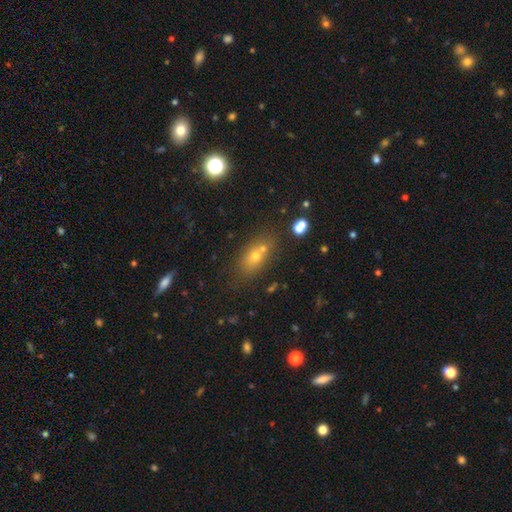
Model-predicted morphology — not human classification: This is likely a smooth galaxy (61%). How rounded: likely in between (65%). Merging: possibly none (53%).